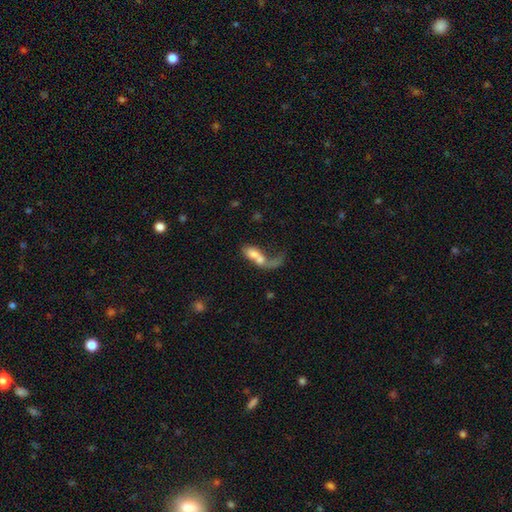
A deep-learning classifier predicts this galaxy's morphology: A smooth galaxy with no disk features (57%) that is in between round and cigar-shaped (73%).

Vote fractions:
- Smooth or featured? smooth: 57% / featured or disk: 34% / star or artifact: 9%
- How rounded? in between: 73% / round: 15% / cigar-shaped: 12%
- Merging? merger: 60% / major disturbance: 22% / none: 12% / minor disturbance: 7%